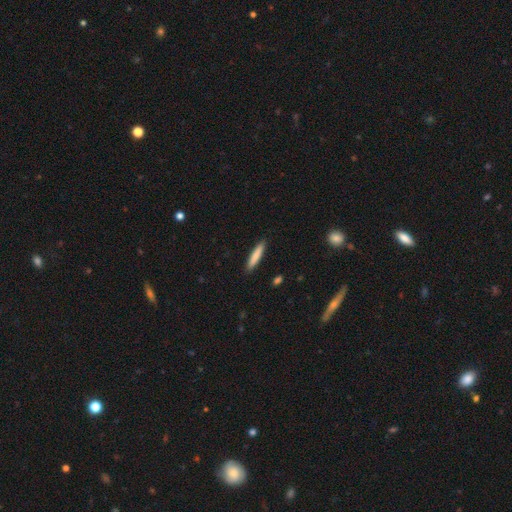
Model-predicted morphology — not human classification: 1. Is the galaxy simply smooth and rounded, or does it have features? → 81% smooth, 13% featured or disk, 5% star or artifact.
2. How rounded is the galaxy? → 90% cigar-shaped, 9% in between, 1% round.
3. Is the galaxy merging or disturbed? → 90% none, 7% minor disturbance, 1% major disturbance, 1% merger.